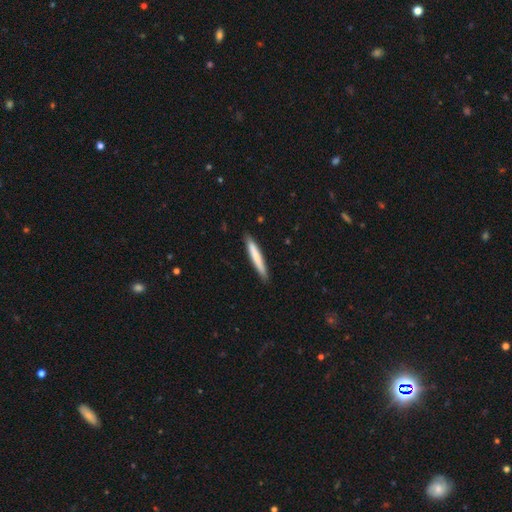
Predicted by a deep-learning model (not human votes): smooth 74%, featured or disk 21%, star or artifact 5%. Down the decision tree: how rounded — cigar-shaped (95%); merging — none (89%).